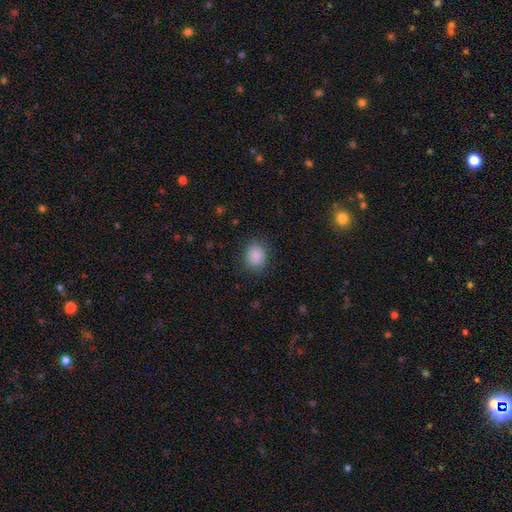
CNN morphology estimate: A smooth galaxy with no disk features (88%) that is round (59%).

Vote fractions:
- Smooth or featured? smooth: 88% / star or artifact: 8% / featured or disk: 4%
- How rounded? round: 59% / in between: 41% / cigar-shaped: 1%
- Merging? none: 82% / minor disturbance: 13% / major disturbance: 4% / merger: 1%